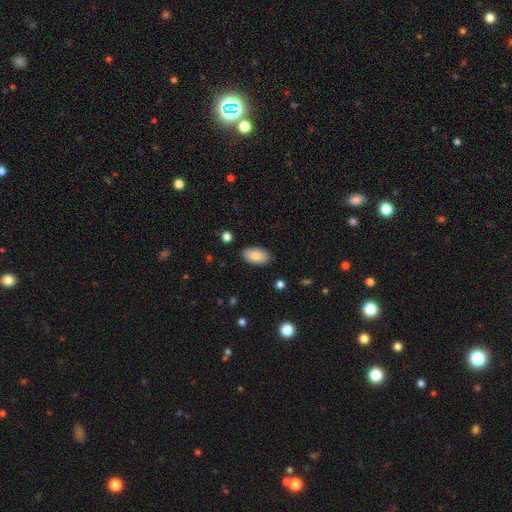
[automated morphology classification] smooth_or_featured: smooth (p=0.84) [alt: featured or disk p=0.09]
how_rounded: in between (p=0.94) [alt: round p=0.04]
merging: none (p=0.88) [alt: minor disturbance p=0.09]